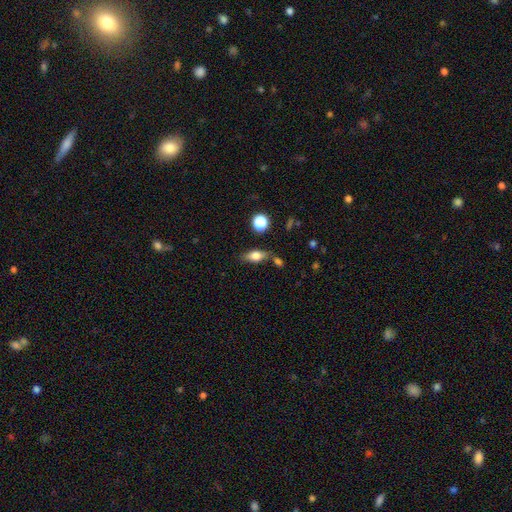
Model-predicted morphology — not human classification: smooth-or-featured: smooth: 72% | featured or disk: 19% | star or artifact: 9%
  how-rounded: in between: 75% | cigar-shaped: 15% | round: 10%
  merging: none: 70% | minor disturbance: 16% | merger: 9% | major disturbance: 5%